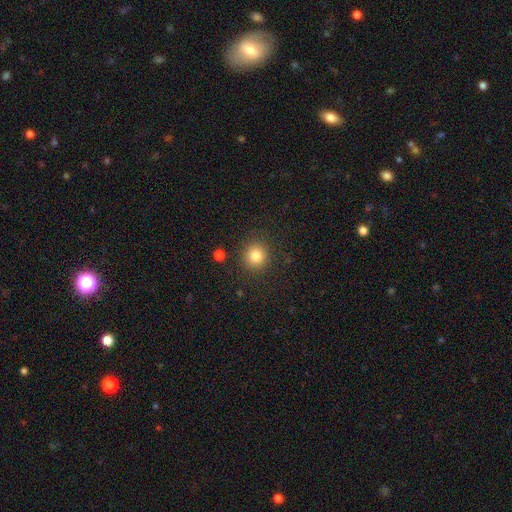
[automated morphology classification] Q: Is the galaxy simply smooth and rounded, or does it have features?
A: smooth — 82%.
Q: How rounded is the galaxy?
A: round — 91%.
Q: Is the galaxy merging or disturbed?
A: none — 88%.